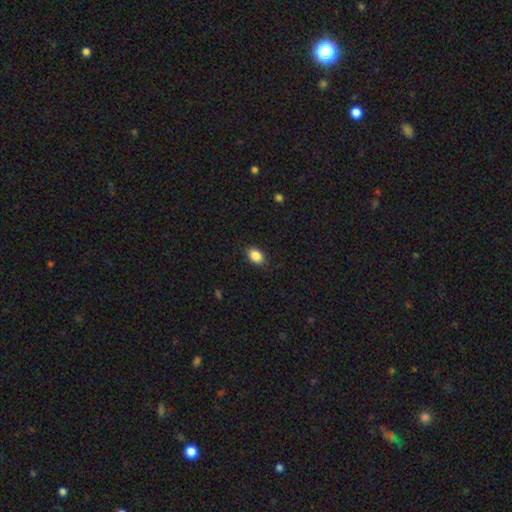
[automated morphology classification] smooth 87%, star or artifact 8%, featured or disk 5%. Down the decision tree: how rounded — in between (85%); merging — none (87%).